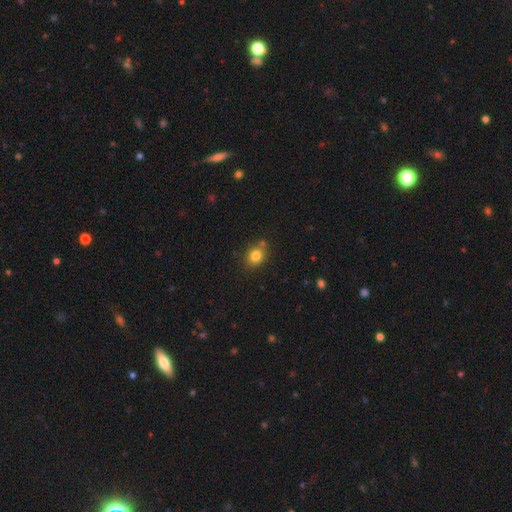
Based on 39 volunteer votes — Smooth or featured: smooth — 82% (featured or disk — 10%)
How rounded: round — 59% (in between — 41%)
Merging: none — 83% (minor disturbance — 11%)